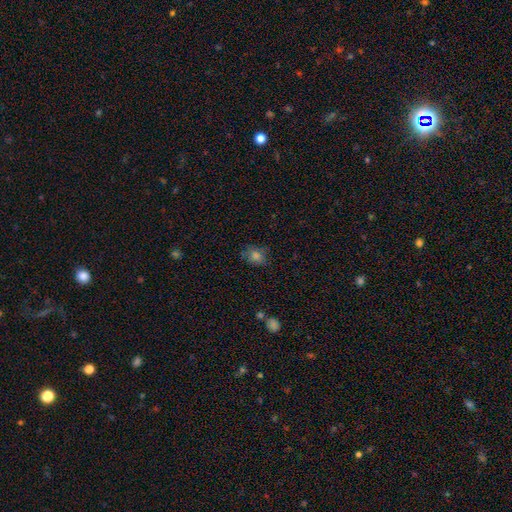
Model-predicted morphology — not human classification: smooth-or-featured: smooth: 74% | star or artifact: 16% | featured or disk: 10%
  how-rounded: round: 56% | in between: 43% | cigar-shaped: 1%
  merging: none: 74% | minor disturbance: 18% | major disturbance: 5% | merger: 2%